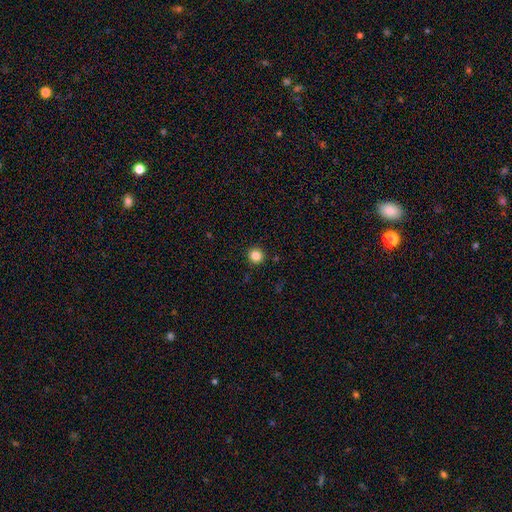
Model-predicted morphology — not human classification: Overall: smooth (85%). How rounded: round (95%). Merging: none (92%).